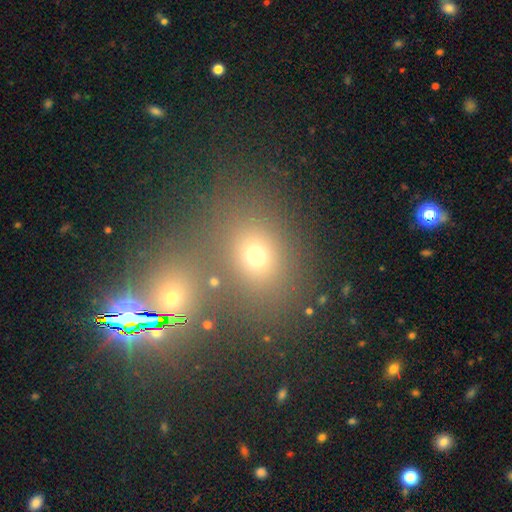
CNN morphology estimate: smooth 70%, star or artifact 19%, featured or disk 10%. Down the decision tree: how rounded — round (50%); merging — none (65%).